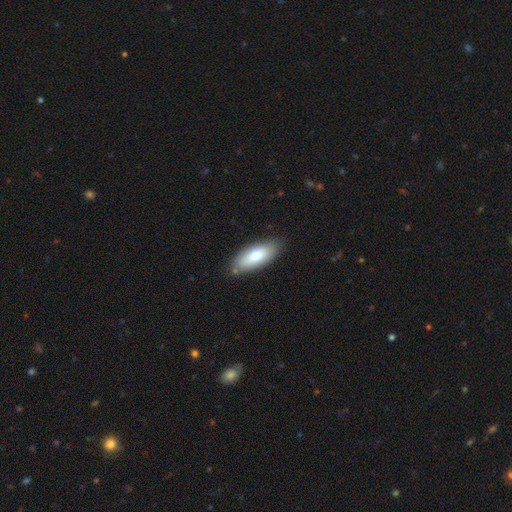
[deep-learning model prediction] Smooth or featured? Predicted: smooth (p=0.72). How rounded? Predicted: in between (p=0.80). Merging? Predicted: none (p=0.81).